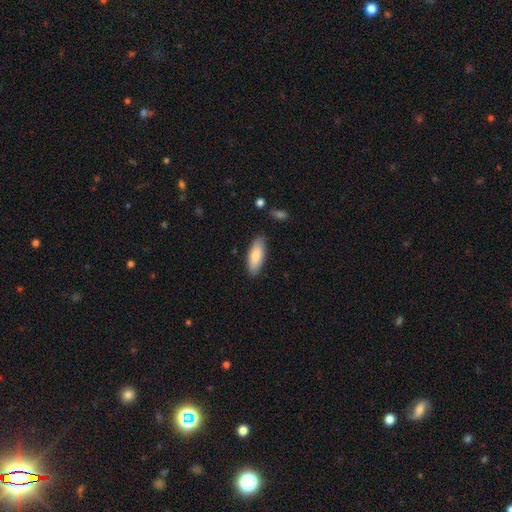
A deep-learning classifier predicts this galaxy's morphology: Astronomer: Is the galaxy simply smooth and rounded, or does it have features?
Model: smooth — 81%.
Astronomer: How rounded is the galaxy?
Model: in between — 73%.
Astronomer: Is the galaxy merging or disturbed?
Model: none — 85%.